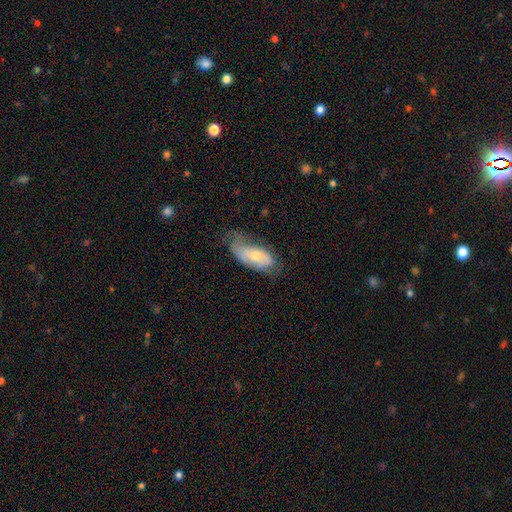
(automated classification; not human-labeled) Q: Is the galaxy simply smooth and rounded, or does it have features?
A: smooth — 49%.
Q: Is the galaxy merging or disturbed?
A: none — 40%.